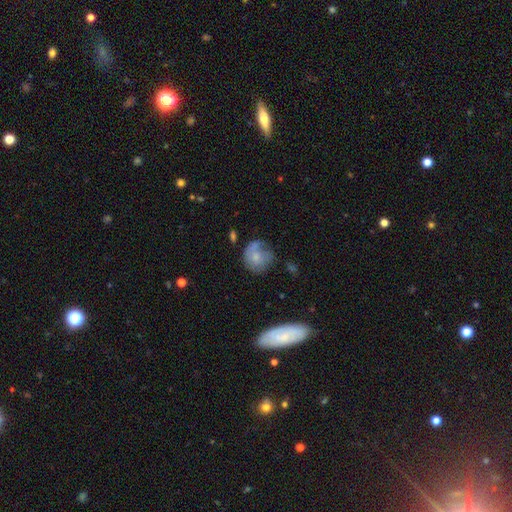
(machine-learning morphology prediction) Smooth or featured? smooth (61%)
How rounded? round (79%)
Merging? none (42%)